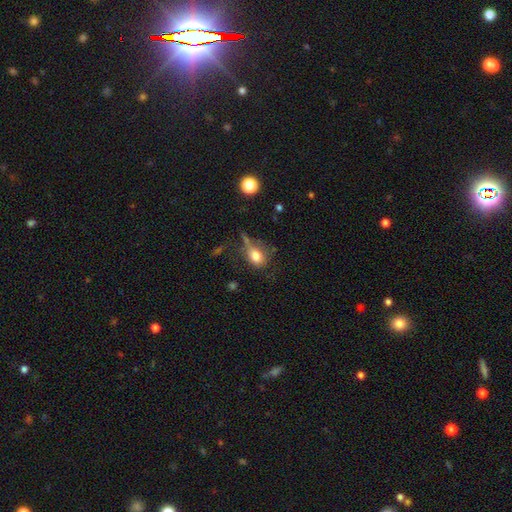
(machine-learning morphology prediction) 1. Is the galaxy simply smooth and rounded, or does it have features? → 77% smooth, 12% featured or disk, 11% star or artifact.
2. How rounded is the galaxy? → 61% in between, 37% round, 2% cigar-shaped.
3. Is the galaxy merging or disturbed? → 45% none, 25% minor disturbance, 18% major disturbance, 11% merger.